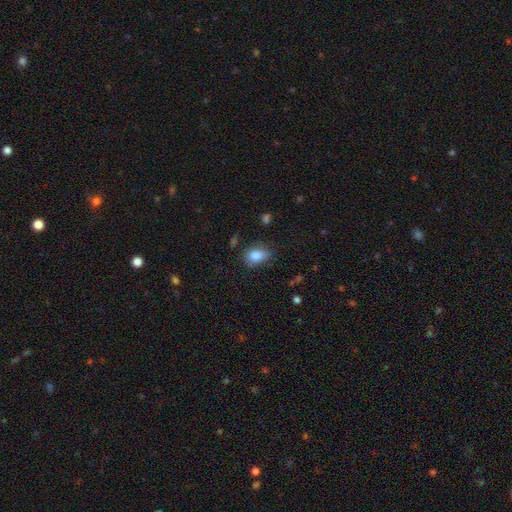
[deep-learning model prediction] Smooth or featured?
  - smooth: 83% *
  - star or artifact: 9%
  - featured or disk: 7%
How rounded?
  - in between: 75% *
  - round: 23%
  - cigar-shaped: 2%
Merging?
  - none: 68% *
  - minor disturbance: 24%
  - major disturbance: 6%
  - merger: 2%